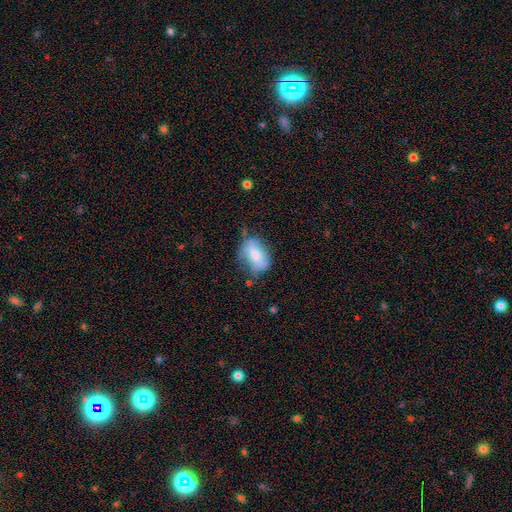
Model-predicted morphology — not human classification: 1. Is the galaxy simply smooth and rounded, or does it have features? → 63% smooth, 29% featured or disk, 8% star or artifact.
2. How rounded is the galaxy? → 84% in between, 13% round, 3% cigar-shaped.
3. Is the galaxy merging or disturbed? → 44% none, 35% minor disturbance, 16% major disturbance, 5% merger.